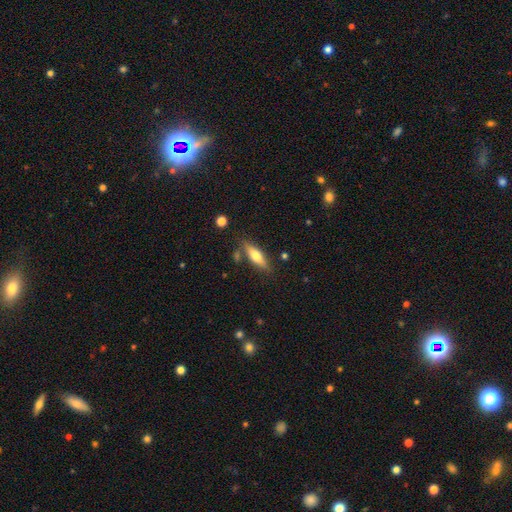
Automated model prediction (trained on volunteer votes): smooth-or-featured: smooth: 59% | featured or disk: 34% | star or artifact: 6%
  how-rounded: cigar-shaped: 54% | in between: 44% | round: 2%
  merging: none: 77% | minor disturbance: 14% | merger: 6% | major disturbance: 3%